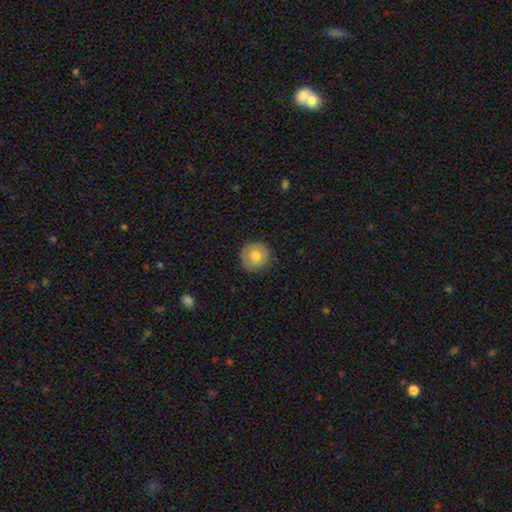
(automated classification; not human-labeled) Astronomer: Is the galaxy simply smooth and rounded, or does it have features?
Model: smooth — 74%.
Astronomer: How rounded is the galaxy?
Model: round — 94%.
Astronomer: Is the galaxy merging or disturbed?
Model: none — 84%.